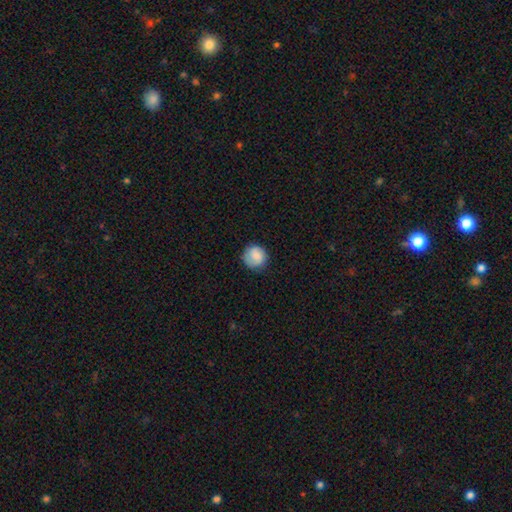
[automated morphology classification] Smooth or featured? Predicted: smooth (p=0.80). How rounded? Predicted: round (p=0.89). Merging? Predicted: none (p=0.79).